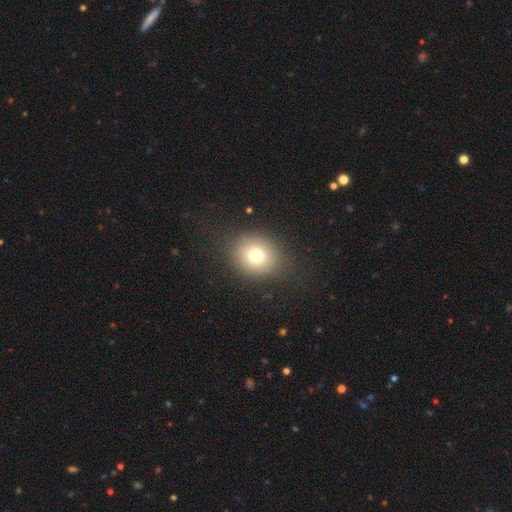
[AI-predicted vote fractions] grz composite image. It shows a smooth galaxy with no disk features (74%) that is round (70%). Merging: none (86%).